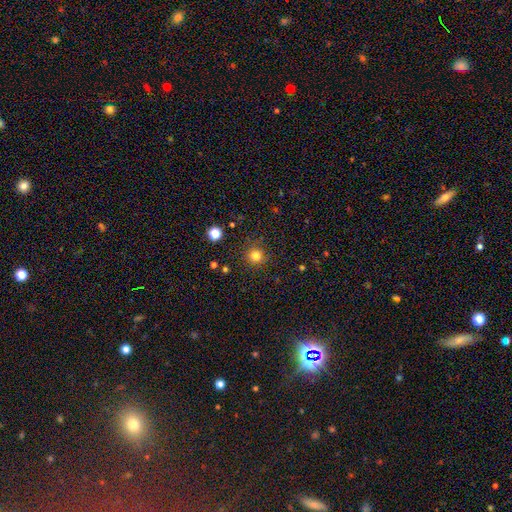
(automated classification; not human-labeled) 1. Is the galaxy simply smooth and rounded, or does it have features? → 80% smooth, 15% star or artifact, 5% featured or disk.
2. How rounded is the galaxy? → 94% round, 5% in between, 1% cigar-shaped.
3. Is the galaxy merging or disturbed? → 89% none, 7% minor disturbance, 3% major disturbance, 1% merger.